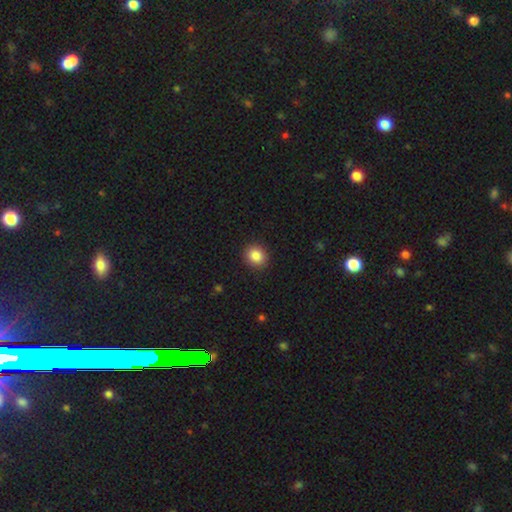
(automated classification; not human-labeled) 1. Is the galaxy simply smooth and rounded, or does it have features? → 86% smooth, 9% star or artifact, 5% featured or disk.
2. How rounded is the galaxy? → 76% round, 23% in between, 1% cigar-shaped.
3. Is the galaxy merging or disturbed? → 90% none, 6% minor disturbance, 2% major disturbance, 1% merger.